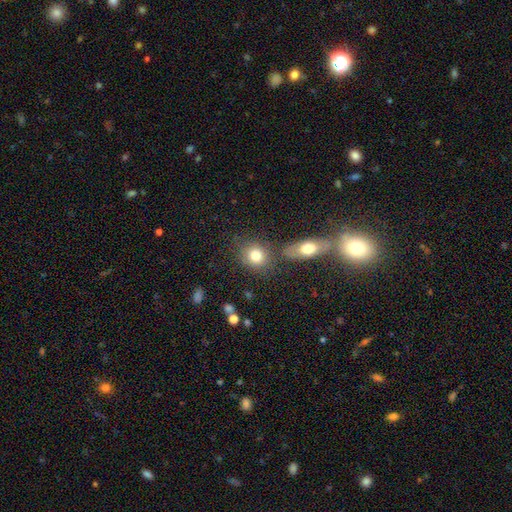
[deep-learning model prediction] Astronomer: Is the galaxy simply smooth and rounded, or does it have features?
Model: smooth — 80%.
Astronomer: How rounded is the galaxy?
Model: round — 68%.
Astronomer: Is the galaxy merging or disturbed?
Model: none — 67%.